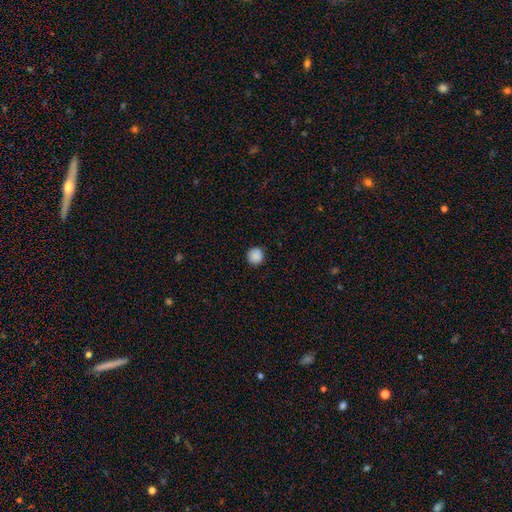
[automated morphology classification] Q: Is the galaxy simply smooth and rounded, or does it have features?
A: smooth — 88%.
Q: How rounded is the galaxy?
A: round — 95%.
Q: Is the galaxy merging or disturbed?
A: none — 91%.